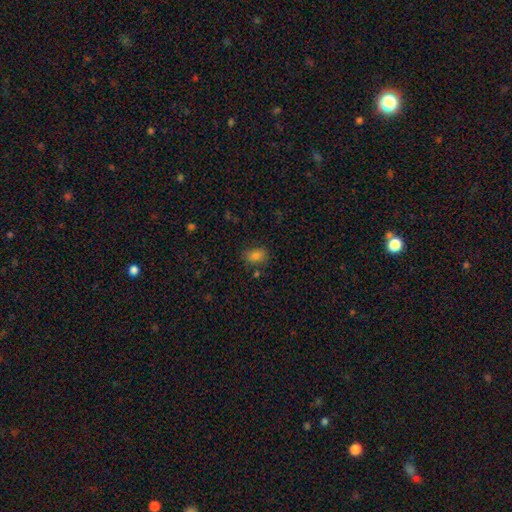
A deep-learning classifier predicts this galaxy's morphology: smooth-or-featured: smooth: 81% | star or artifact: 13% | featured or disk: 6%
  how-rounded: in between: 73% | round: 26% | cigar-shaped: 2%
  merging: none: 75% | minor disturbance: 16% | merger: 4% | major disturbance: 4%